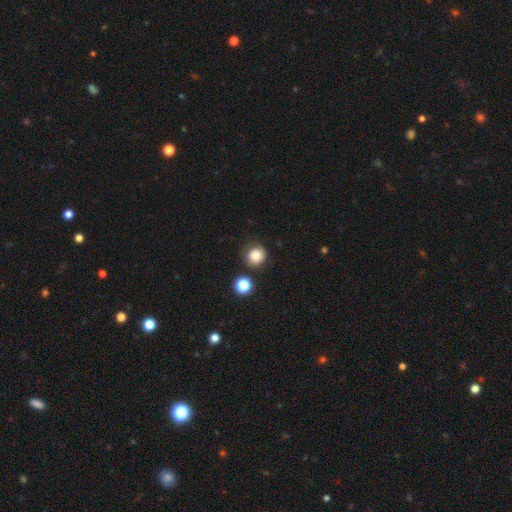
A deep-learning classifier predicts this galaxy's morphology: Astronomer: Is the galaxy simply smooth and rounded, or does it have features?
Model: smooth — 81%.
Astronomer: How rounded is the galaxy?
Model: round — 89%.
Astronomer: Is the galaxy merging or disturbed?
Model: none — 77%.